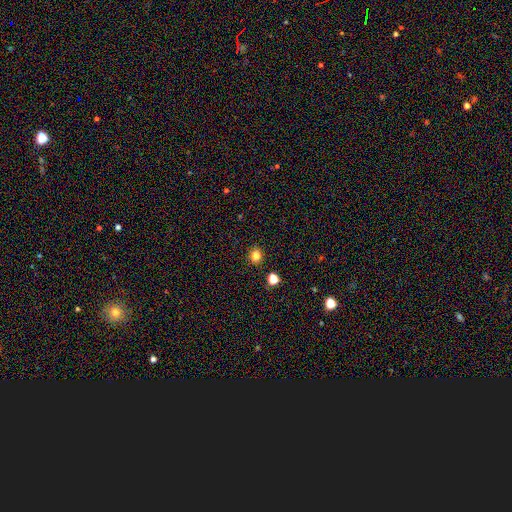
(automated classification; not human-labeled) The model was most divided on "how rounded": round: 75%, in between: 24%, cigar-shaped: 1%. More confident: merging — none (89%); smooth or featured — smooth (81%).